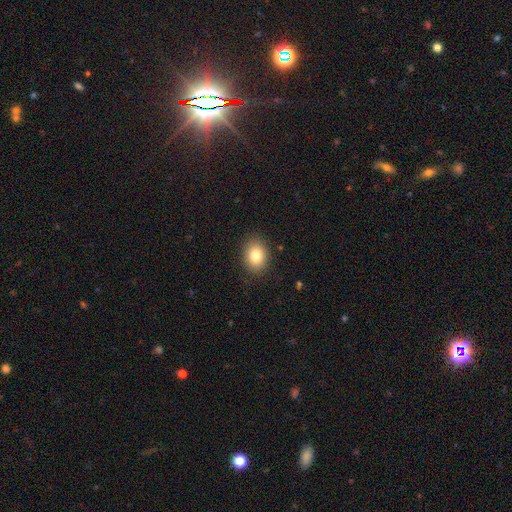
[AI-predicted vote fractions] smooth 82%, star or artifact 9%, featured or disk 9%. Down the decision tree: how rounded — in between (62%); merging — none (87%).